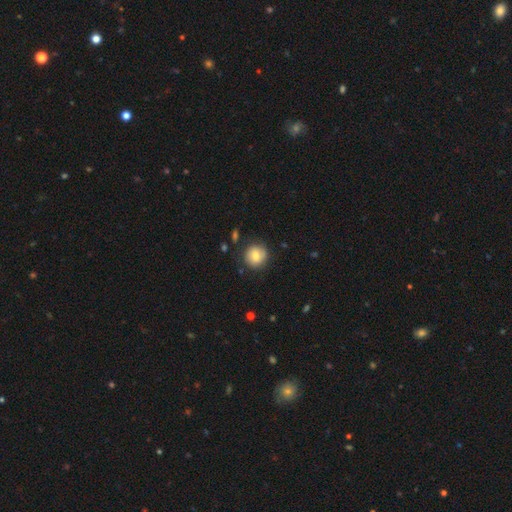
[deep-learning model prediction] smooth_or_featured: smooth (p=0.74) [alt: featured or disk p=0.18]
how_rounded: round (p=0.88) [alt: in between p=0.11]
merging: none (p=0.81) [alt: minor disturbance p=0.13]